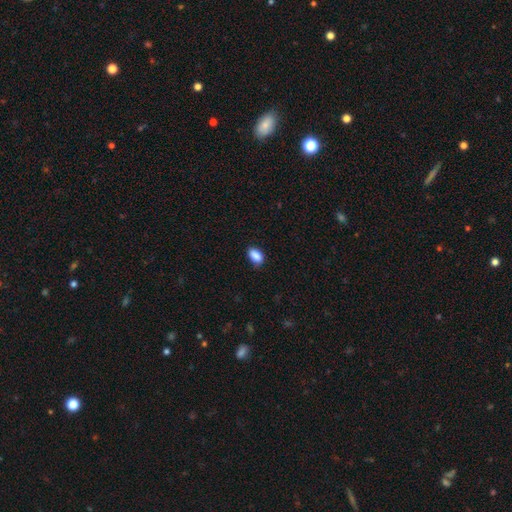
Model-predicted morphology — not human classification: The model was most divided on "merging": none: 77%, minor disturbance: 19%, major disturbance: 3%, merger: 1%. More confident: how rounded — in between (90%); smooth or featured — smooth (88%).